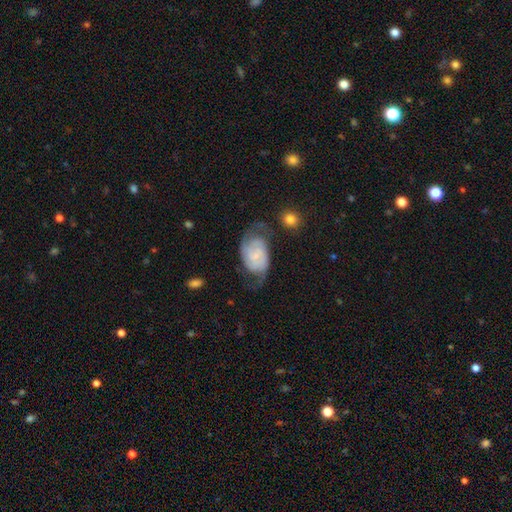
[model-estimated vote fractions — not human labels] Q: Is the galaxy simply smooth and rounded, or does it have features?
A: featured or disk — 70%.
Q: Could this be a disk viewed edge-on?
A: no — 97%.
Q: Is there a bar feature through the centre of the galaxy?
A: no — 53%.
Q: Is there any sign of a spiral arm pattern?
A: yes — 92%.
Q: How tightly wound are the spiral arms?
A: medium — 44%.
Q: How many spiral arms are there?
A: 2 — 78%.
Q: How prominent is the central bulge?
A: small — 52%.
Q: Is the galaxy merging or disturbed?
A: none — 49%.